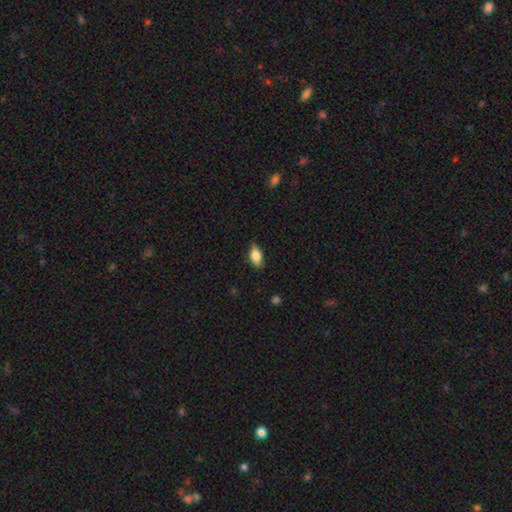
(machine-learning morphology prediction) Overall: smooth (79%). How rounded: in between (88%). Merging: none (80%).